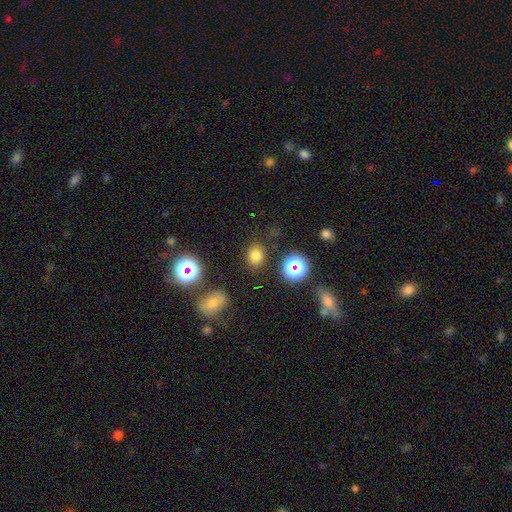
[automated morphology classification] smooth 75%, star or artifact 18%, featured or disk 6%. Down the decision tree: how rounded — in between (50%); merging — none (83%).